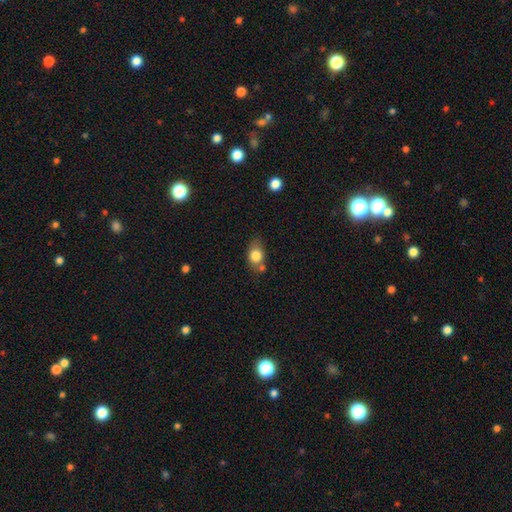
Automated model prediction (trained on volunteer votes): Smooth or featured: smooth — 79% (featured or disk — 13%)
How rounded: in between — 65% (round — 33%)
Merging: none — 56% (minor disturbance — 22%)